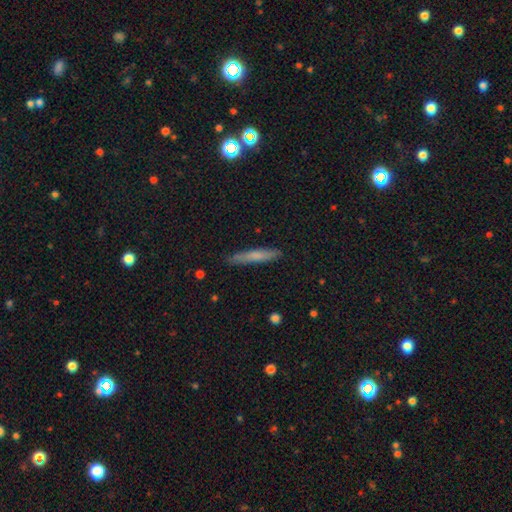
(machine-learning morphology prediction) smooth 67%, featured or disk 26%, star or artifact 7%. Down the decision tree: how rounded — cigar-shaped (93%); merging — none (87%).